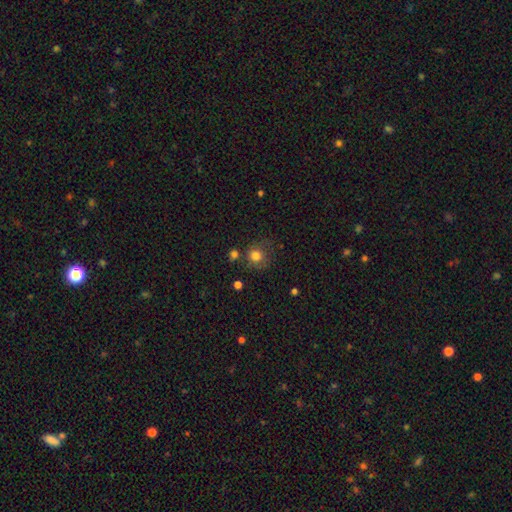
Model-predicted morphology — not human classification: Smooth or featured? Predicted: smooth (p=0.79). How rounded? Predicted: round (p=0.87). Merging? Predicted: none (p=0.64).